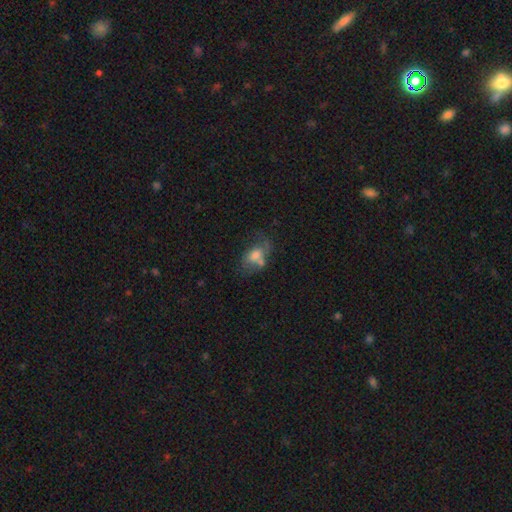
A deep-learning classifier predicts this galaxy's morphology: smooth_or_featured: smooth (p=0.57) [alt: featured or disk p=0.33]
how_rounded: in between (p=0.82) [alt: round p=0.16]
merging: none (p=0.31) [alt: merger p=0.27]